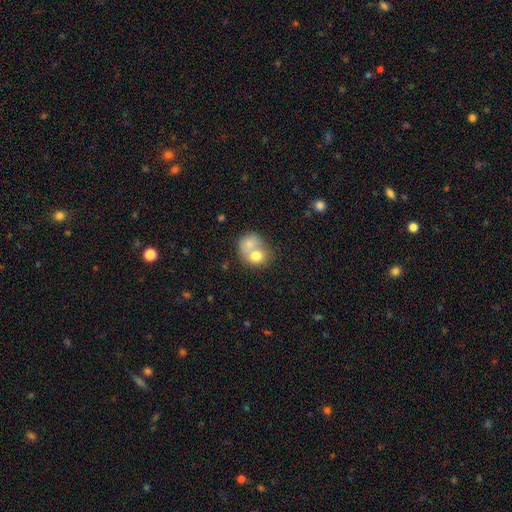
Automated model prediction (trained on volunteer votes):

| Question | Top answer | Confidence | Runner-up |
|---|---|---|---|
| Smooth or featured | smooth | 72% | featured or disk (20%) |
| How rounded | round | 63% | in between (36%) |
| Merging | merger | 67% | none (21%) |